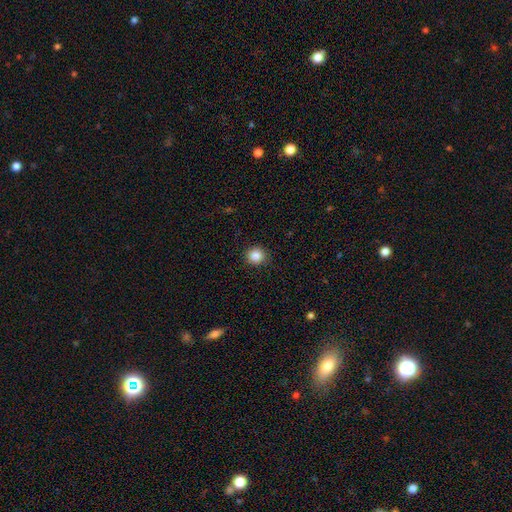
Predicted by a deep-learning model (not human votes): A smooth galaxy with no disk features (86%) that is round (92%).

Vote fractions:
- Smooth or featured? smooth: 86% / star or artifact: 10% / featured or disk: 4%
- How rounded? round: 92% / in between: 7% / cigar-shaped: 1%
- Merging? none: 91% / minor disturbance: 6% / major disturbance: 2% / merger: 1%